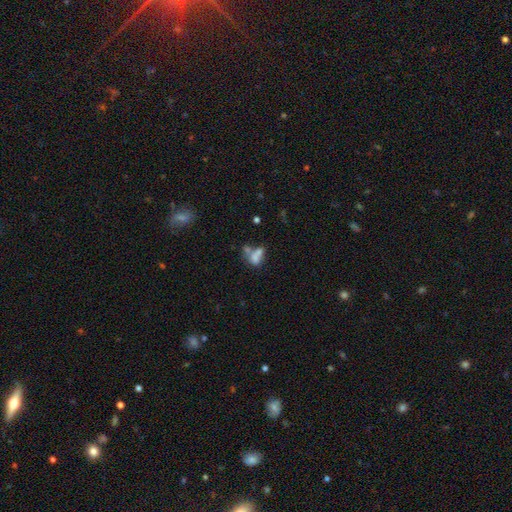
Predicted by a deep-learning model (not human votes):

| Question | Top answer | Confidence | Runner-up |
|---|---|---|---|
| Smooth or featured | smooth | 61% | featured or disk (25%) |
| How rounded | in between | 70% | round (27%) |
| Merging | merger | 58% | none (22%) |